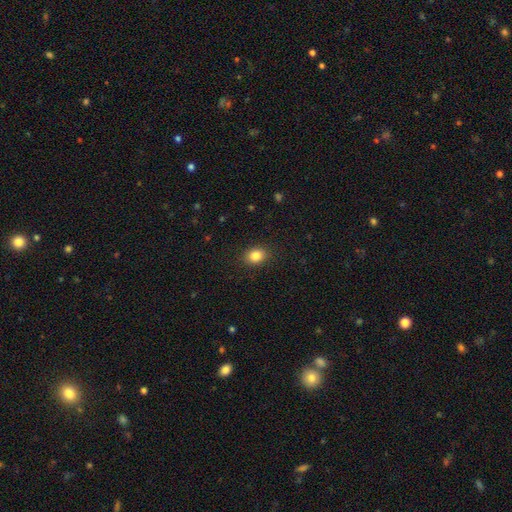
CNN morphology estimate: A smooth galaxy with no disk features (85%) that is in between round and cigar-shaped (52%). Merging: none (88%).